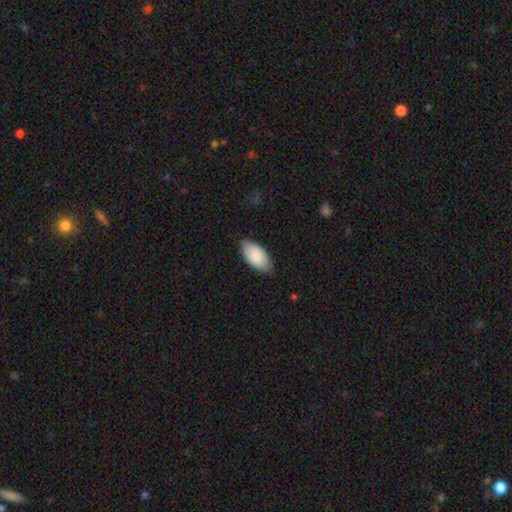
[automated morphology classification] Overall: smooth (89%). How rounded: in between (95%). Merging: none (78%).